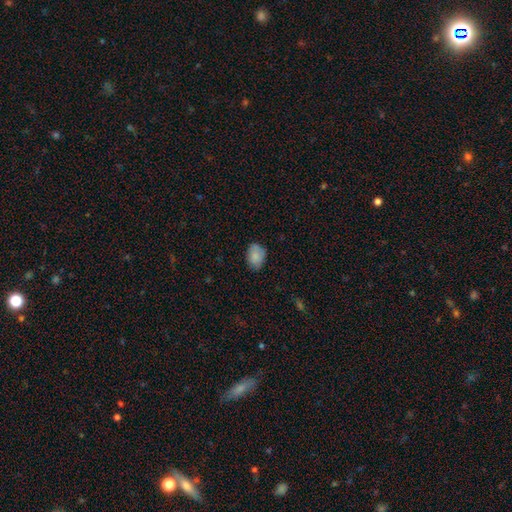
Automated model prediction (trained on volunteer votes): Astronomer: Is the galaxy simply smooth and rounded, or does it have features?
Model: smooth — 84%.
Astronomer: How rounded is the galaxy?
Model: in between — 78%.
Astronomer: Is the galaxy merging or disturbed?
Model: none — 72%.